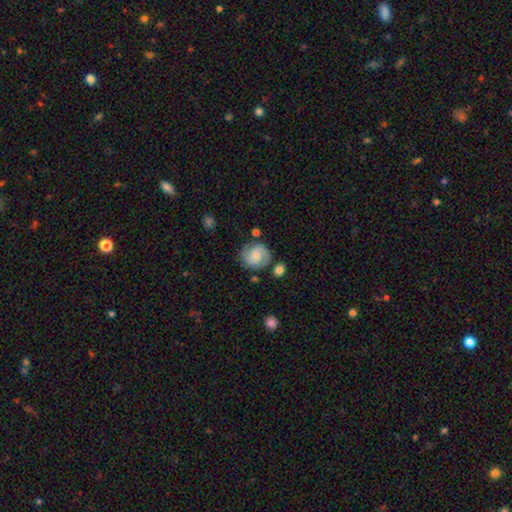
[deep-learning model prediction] Smooth or featured?
  - featured or disk: 78% *
  - smooth: 16%
  - star or artifact: 6%
Edge-on disk?
  - no: 98% *
  - yes: 2%
Bar?
  - no: 58% *
  - weak: 35%
  - strong: 6%
Spiral arms?
  - yes: 97% *
  - no: 3%
Spiral winding?
  - tight: 51% *
  - medium: 41%
  - loose: 8%
Spiral arm count?
  - 2: 86% *
  - 3: 5%
  - can't tell: 5%
  - 1: 2%
  - 4: 1%
  - more than 4: 1%
Bulge size?
  - small: 47% *
  - moderate: 41%
  - none: 7%
  - large: 3%
  - dominant: 1%
Merging?
  - none: 77% *
  - minor disturbance: 14%
  - merger: 5%
  - major disturbance: 4%